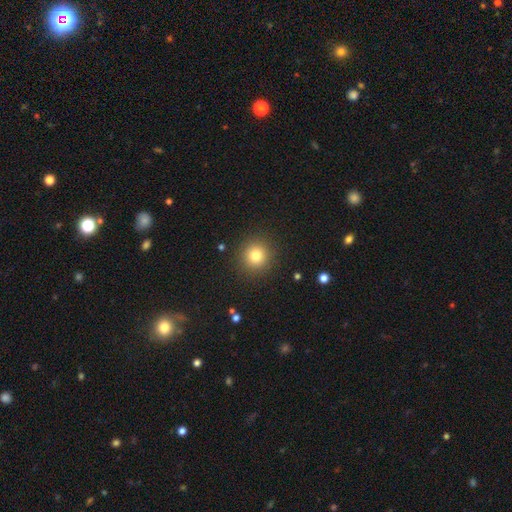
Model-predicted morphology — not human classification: Smooth or featured?
  - smooth: 79% *
  - star or artifact: 13%
  - featured or disk: 8%
How rounded?
  - round: 93% *
  - in between: 6%
  - cigar-shaped: 1%
Merging?
  - none: 89% *
  - minor disturbance: 7%
  - major disturbance: 3%
  - merger: 1%